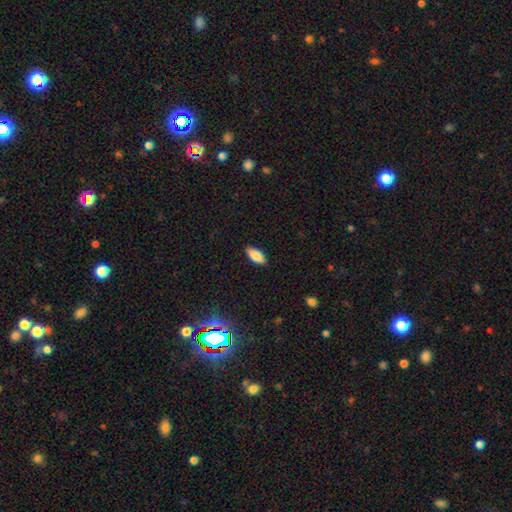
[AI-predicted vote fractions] smooth 85%, featured or disk 8%, star or artifact 7%. Down the decision tree: how rounded — in between (82%); merging — none (89%).